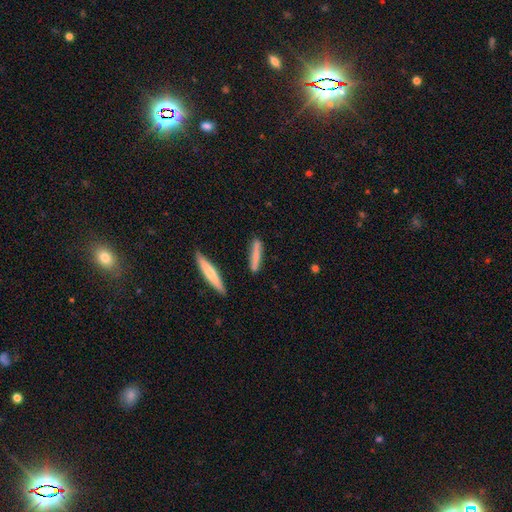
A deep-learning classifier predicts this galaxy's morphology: Smooth or featured?
  - smooth: 67% *
  - featured or disk: 27%
  - star or artifact: 6%
How rounded?
  - cigar-shaped: 90% *
  - in between: 8%
  - round: 2%
Merging?
  - none: 83% *
  - minor disturbance: 11%
  - merger: 3%
  - major disturbance: 2%